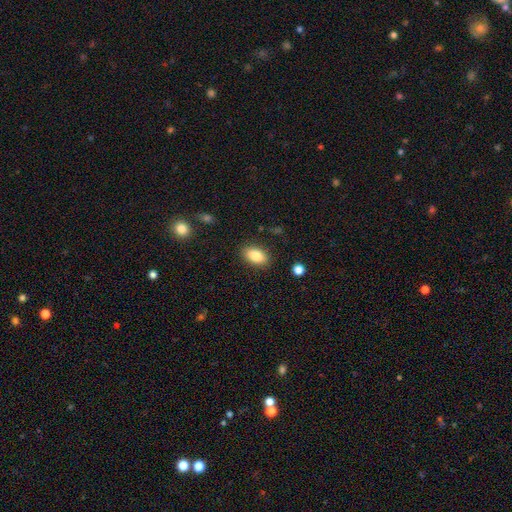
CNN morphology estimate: Overall: smooth (85%). How rounded: in between (91%). Merging: none (87%).